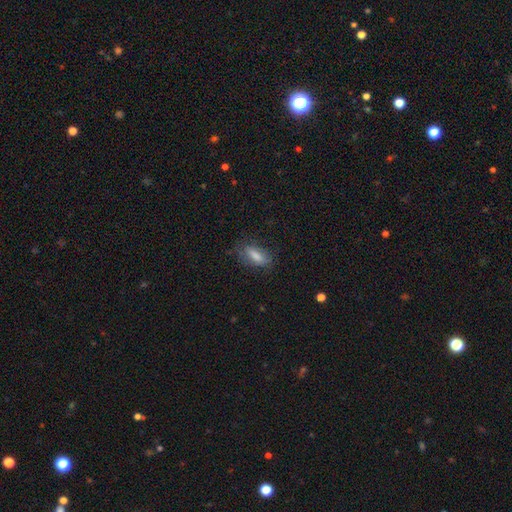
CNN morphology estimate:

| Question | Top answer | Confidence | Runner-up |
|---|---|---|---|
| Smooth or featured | smooth | 74% | featured or disk (17%) |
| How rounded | in between | 67% | cigar-shaped (30%) |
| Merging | none | 70% | minor disturbance (21%) |